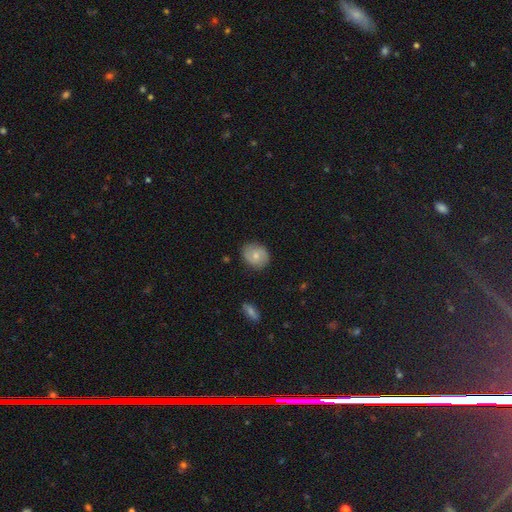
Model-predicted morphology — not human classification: smooth_or_featured: smooth (p=0.58) [alt: featured or disk p=0.34]
how_rounded: round (p=0.61) [alt: in between p=0.38]
merging: none (p=0.83) [alt: minor disturbance p=0.13]